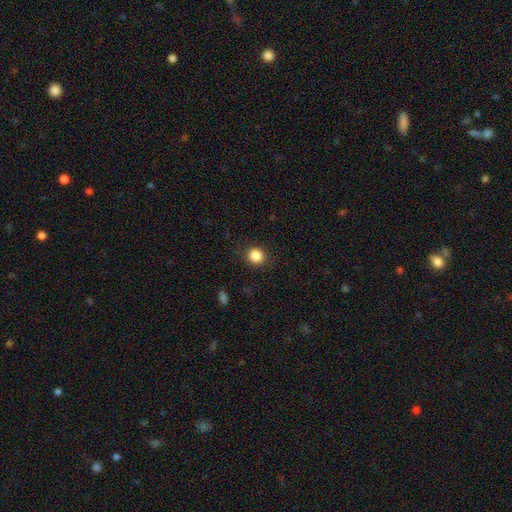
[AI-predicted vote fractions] Smooth or featured?
  - smooth: 86% *
  - star or artifact: 10%
  - featured or disk: 4%
How rounded?
  - round: 89% *
  - in between: 10%
  - cigar-shaped: 1%
Merging?
  - none: 88% *
  - minor disturbance: 8%
  - major disturbance: 3%
  - merger: 1%